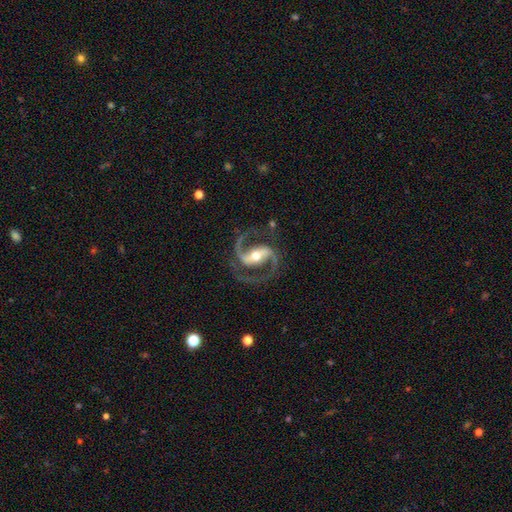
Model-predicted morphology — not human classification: Overall: featured or disk (93%). Edge-on disk: no (98%). Bar: strong (57%; weak 29%). Spiral arms: yes (98%). Spiral arm count: 2 (94%). Spiral winding: medium (66%). Bulge size: moderate (66%; small 26%). Merging: none (80%).